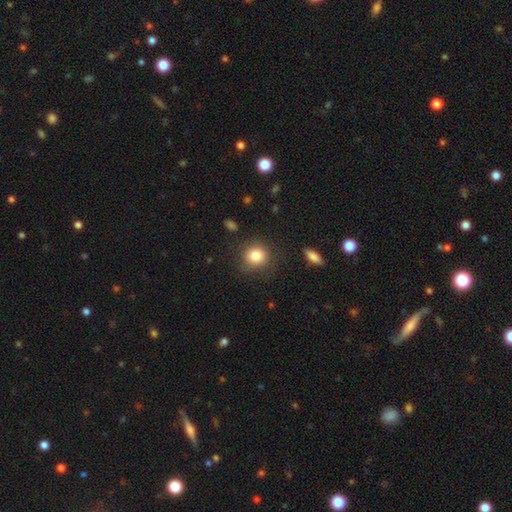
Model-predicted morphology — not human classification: This appears to be a smooth galaxy with no disk features (83%) that is round (86%). Merging: none (80%).